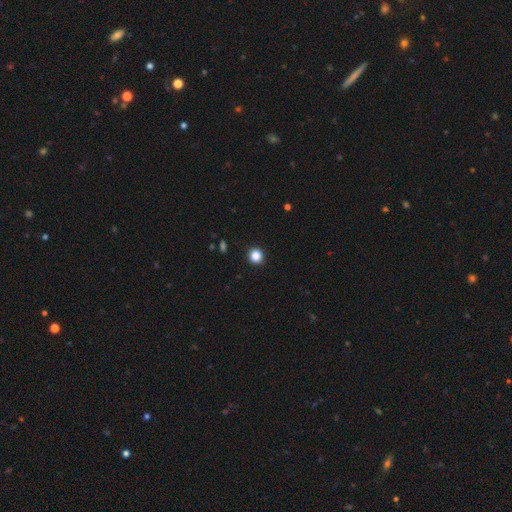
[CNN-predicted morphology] This is clearly a smooth galaxy (85%). How rounded: clearly round (93%). Merging: clearly none (93%).